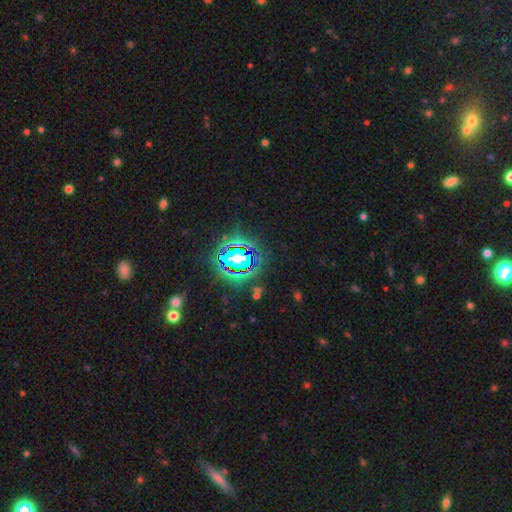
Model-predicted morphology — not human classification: star or artifact 81%, smooth 11%, featured or disk 8%.